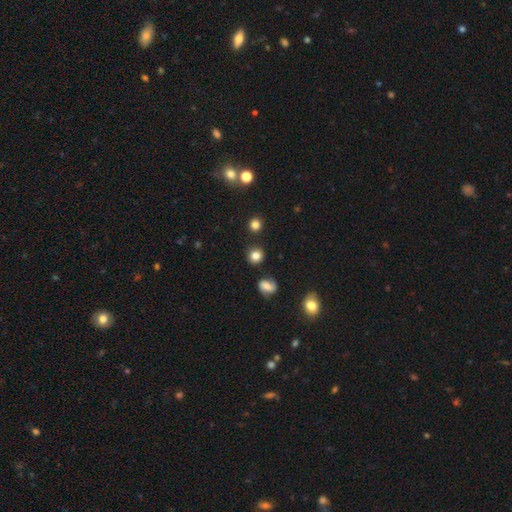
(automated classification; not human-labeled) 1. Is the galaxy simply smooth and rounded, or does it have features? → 82% smooth, 12% star or artifact, 6% featured or disk.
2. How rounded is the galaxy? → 88% round, 11% in between, 1% cigar-shaped.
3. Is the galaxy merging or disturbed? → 85% none, 9% minor disturbance, 4% merger, 3% major disturbance.